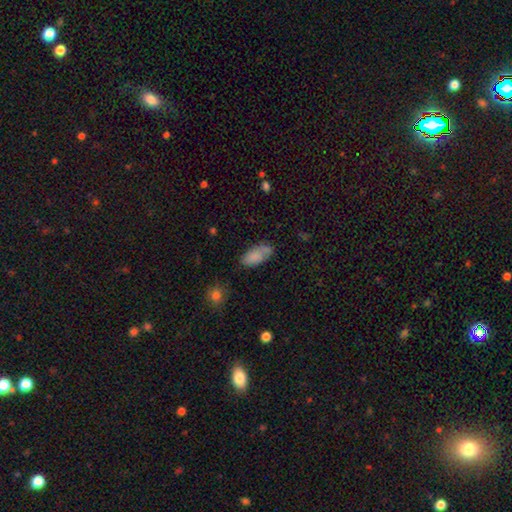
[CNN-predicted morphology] Q: Smooth or featured?
A: smooth (80%); runner-up: featured or disk (12%)
Q: How rounded?
A: in between (90%); runner-up: cigar-shaped (7%)
Q: Merging?
A: none (65%); runner-up: minor disturbance (24%)